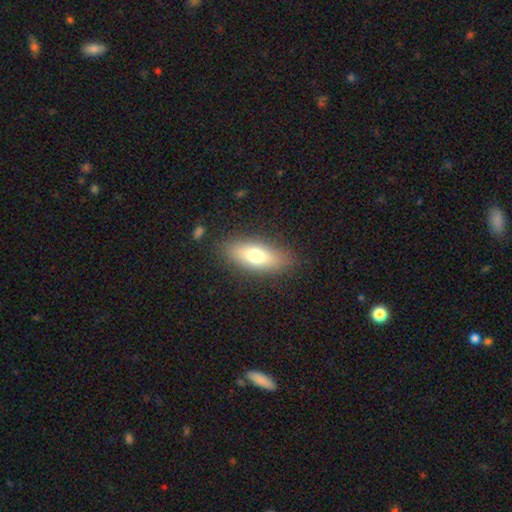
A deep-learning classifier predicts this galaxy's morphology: Smooth or featured? Predicted: smooth (p=0.70). How rounded? Predicted: in between (p=0.74). Merging? Predicted: none (p=0.85).